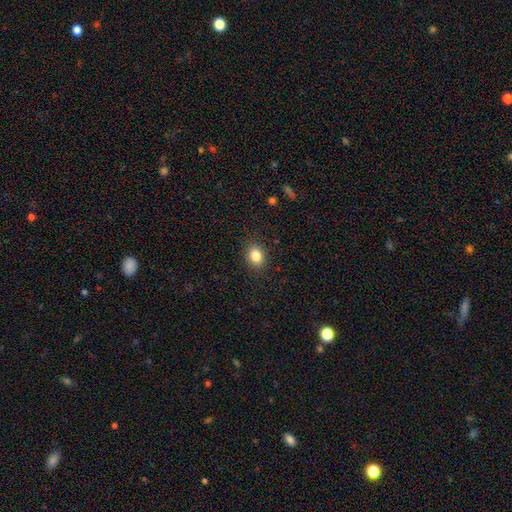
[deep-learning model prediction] smooth 84%, star or artifact 10%, featured or disk 5%. Down the decision tree: how rounded — in between (56%); merging — none (88%).